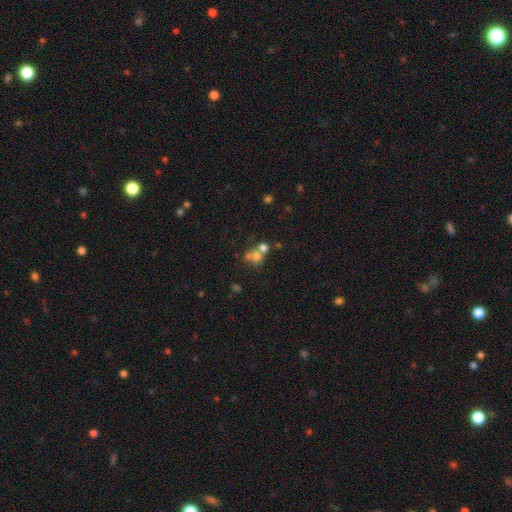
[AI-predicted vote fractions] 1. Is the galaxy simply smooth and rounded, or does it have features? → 64% smooth, 19% featured or disk, 17% star or artifact.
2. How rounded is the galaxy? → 68% round, 31% in between, 1% cigar-shaped.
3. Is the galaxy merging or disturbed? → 51% merger, 34% none, 9% minor disturbance, 6% major disturbance.